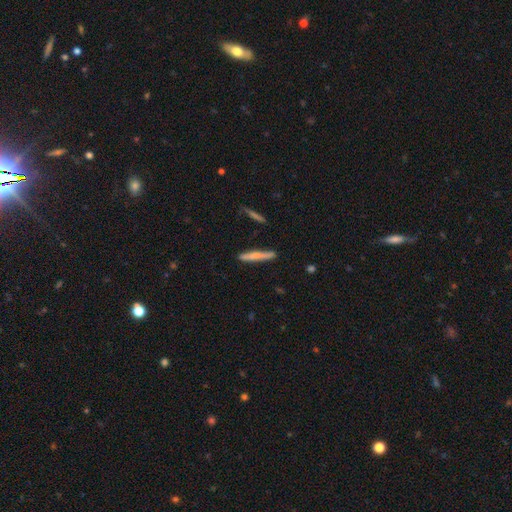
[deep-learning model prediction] Smooth or featured? smooth (62%)
How rounded? cigar-shaped (95%)
Merging? none (85%)